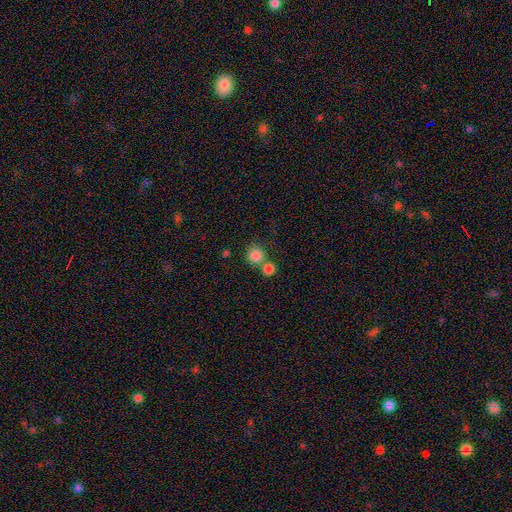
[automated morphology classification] Q: Smooth or featured?
A: smooth (84%); runner-up: star or artifact (11%)
Q: How rounded?
A: round (91%); runner-up: in between (8%)
Q: Merging?
A: none (57%); runner-up: merger (33%)